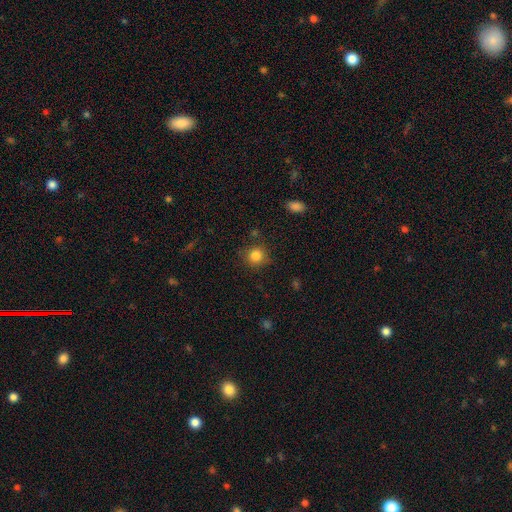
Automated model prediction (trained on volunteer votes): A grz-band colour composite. It shows a smooth galaxy with no disk features (83%) that is round (91%). Merging: none (84%).